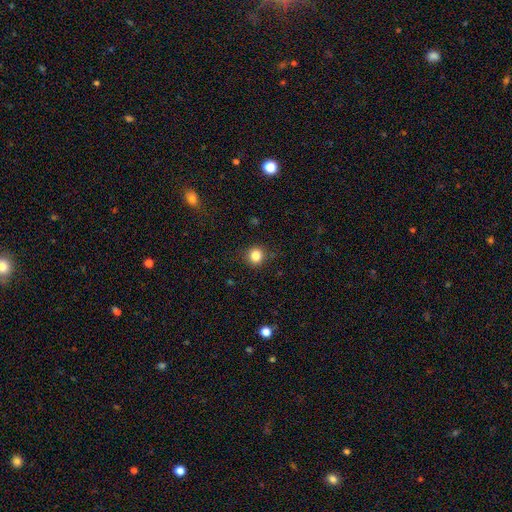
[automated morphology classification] Smooth or featured: smooth — 84% (star or artifact — 11%)
How rounded: round — 91% (in between — 8%)
Merging: none — 89% (minor disturbance — 8%)